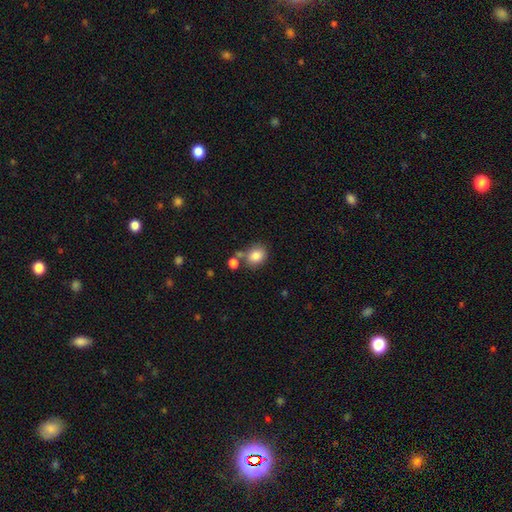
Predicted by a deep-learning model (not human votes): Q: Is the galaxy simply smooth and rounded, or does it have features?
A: smooth — 83%.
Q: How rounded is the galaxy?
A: round — 58%.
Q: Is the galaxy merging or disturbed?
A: none — 61%.